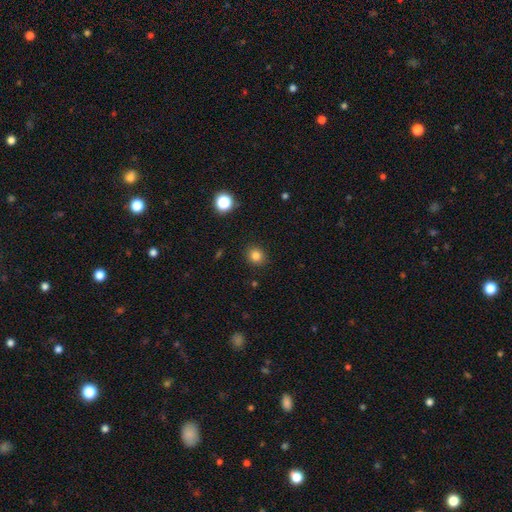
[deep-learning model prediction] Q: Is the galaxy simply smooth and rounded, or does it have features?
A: smooth — 83%.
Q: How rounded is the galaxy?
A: round — 84%.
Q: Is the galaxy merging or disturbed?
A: none — 90%.